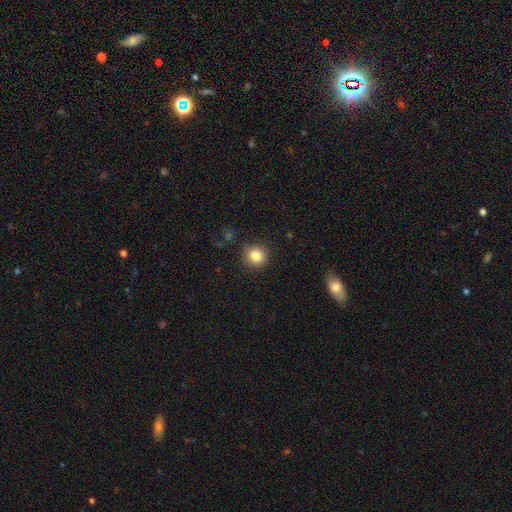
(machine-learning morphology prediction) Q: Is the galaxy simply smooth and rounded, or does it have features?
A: smooth — 84%.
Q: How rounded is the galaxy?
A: round — 92%.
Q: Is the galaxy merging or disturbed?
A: none — 88%.